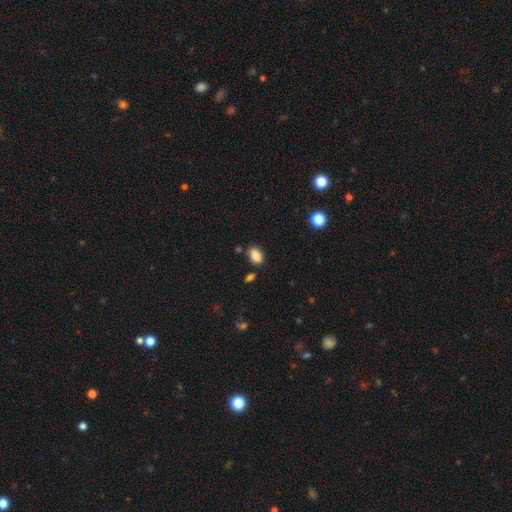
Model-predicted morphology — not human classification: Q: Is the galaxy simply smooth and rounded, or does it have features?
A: smooth — 86%.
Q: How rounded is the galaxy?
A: in between — 87%.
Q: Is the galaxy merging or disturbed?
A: none — 79%.